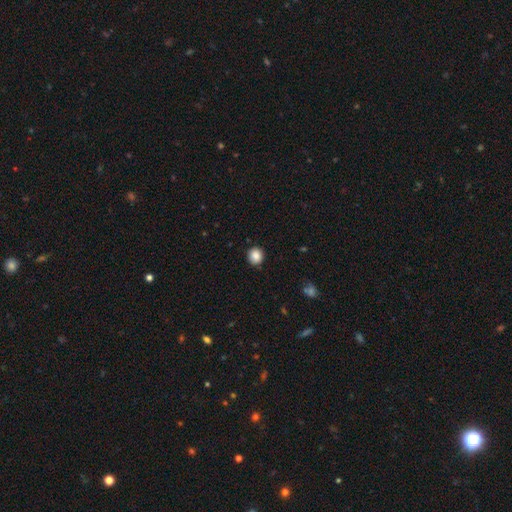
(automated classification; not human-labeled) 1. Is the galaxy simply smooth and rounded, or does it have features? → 87% smooth, 9% star or artifact, 4% featured or disk.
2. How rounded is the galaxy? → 87% round, 12% in between, 1% cigar-shaped.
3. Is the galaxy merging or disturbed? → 90% none, 7% minor disturbance, 2% major disturbance, 1% merger.